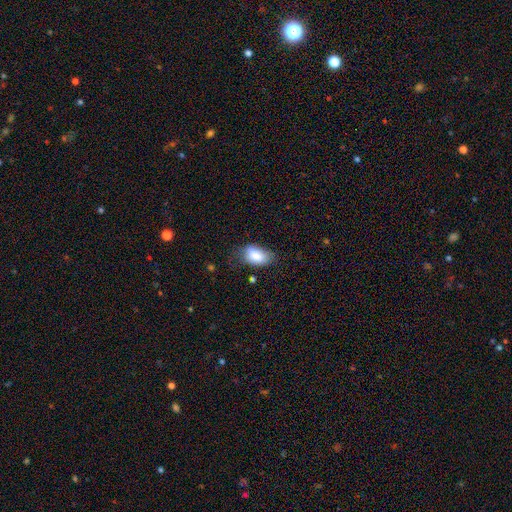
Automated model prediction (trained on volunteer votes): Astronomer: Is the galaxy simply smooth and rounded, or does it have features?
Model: smooth — 84%.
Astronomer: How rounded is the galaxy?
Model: in between — 91%.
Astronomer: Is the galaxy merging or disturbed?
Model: none — 53% (runner-up: minor disturbance, 33%).